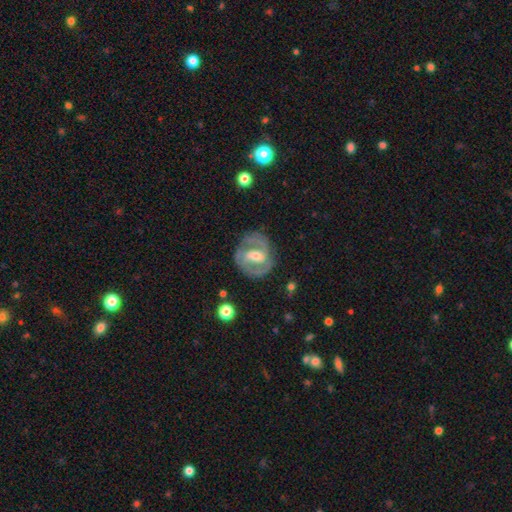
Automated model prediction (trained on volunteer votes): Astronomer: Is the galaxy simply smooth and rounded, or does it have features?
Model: featured or disk — 85%.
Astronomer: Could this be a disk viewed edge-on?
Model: no — 97%.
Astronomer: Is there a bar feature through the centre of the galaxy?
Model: weak — 43% (runner-up: strong, 41%).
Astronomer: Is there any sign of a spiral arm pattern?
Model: yes — 93%.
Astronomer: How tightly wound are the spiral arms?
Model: medium — 48% (runner-up: tight, 43%).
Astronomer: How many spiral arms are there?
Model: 2 — 86%.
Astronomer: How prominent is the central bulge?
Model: moderate — 57% (runner-up: small, 34%).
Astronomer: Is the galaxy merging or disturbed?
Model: none — 79%.